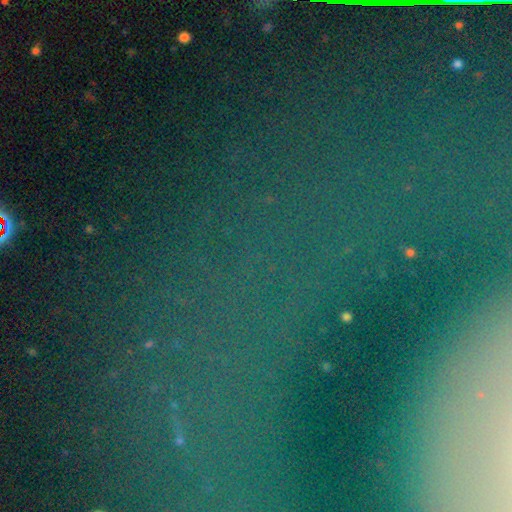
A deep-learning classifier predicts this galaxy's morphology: Smooth or featured? Predicted: star or artifact (p=0.73).